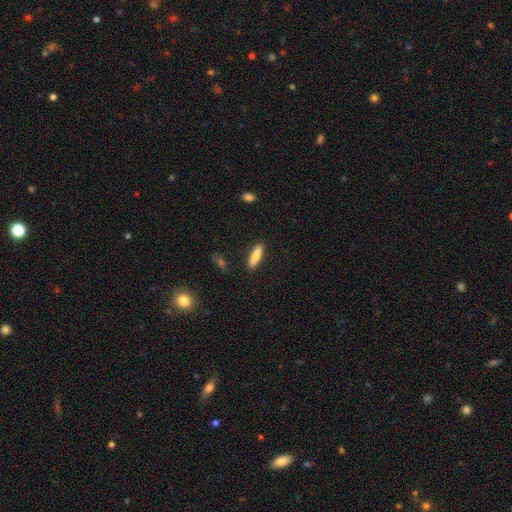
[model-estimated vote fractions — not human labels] smooth_or_featured: smooth (p=0.81) [alt: featured or disk p=0.13]
how_rounded: cigar-shaped (p=0.61) [alt: in between p=0.37]
merging: none (p=0.88) [alt: minor disturbance p=0.08]